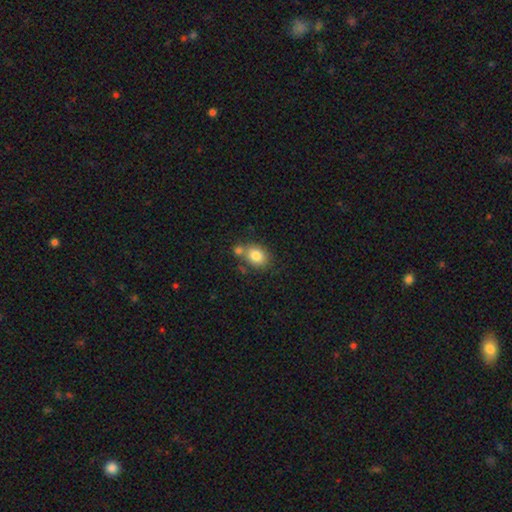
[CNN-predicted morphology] The model was most divided on "how rounded": in between: 62%, round: 37%, cigar-shaped: 1%. More confident: smooth or featured — smooth (82%); merging — none (58%).